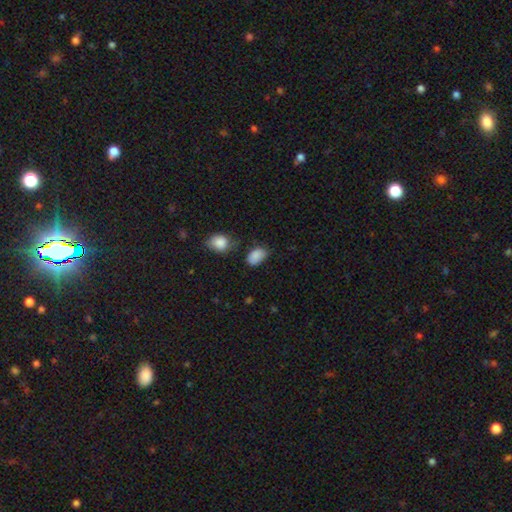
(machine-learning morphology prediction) Smooth or featured?
  - smooth: 87% *
  - star or artifact: 9%
  - featured or disk: 4%
How rounded?
  - in between: 87% *
  - round: 12%
  - cigar-shaped: 1%
Merging?
  - none: 64% *
  - minor disturbance: 25%
  - major disturbance: 6%
  - merger: 5%